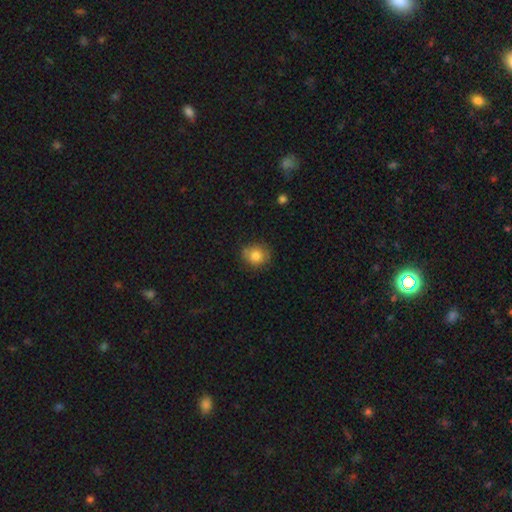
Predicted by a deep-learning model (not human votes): Smooth or featured: smooth — 80% (featured or disk — 10%)
How rounded: round — 80% (in between — 19%)
Merging: none — 75% (minor disturbance — 19%)